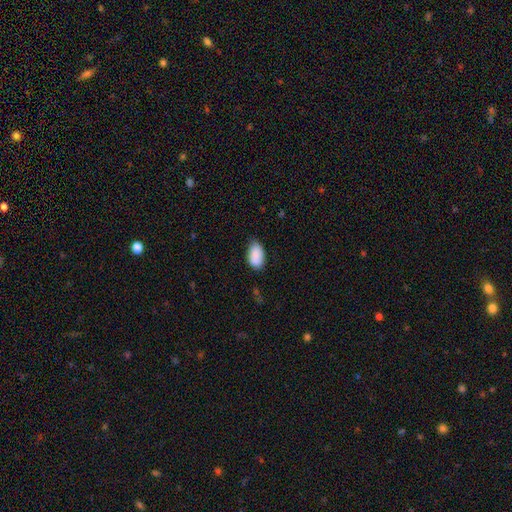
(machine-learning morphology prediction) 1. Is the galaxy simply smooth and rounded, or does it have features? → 88% smooth, 7% star or artifact, 5% featured or disk.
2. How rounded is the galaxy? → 93% in between, 5% round, 2% cigar-shaped.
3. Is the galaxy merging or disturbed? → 71% none, 24% minor disturbance, 4% major disturbance, 1% merger.